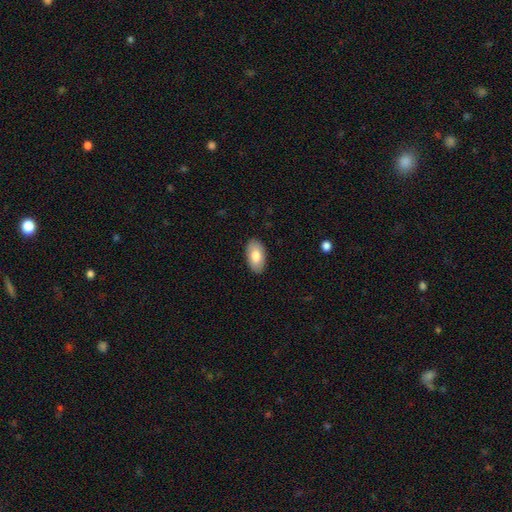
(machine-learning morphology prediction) A smooth galaxy with no disk features (79%) that is in between round and cigar-shaped (95%). Merging: none (88%).